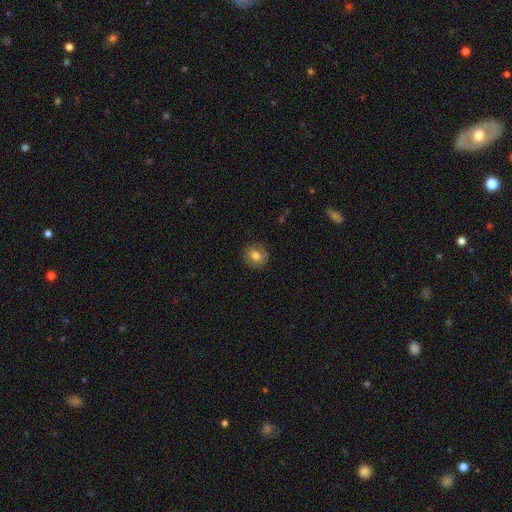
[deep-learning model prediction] This appears to be a smooth galaxy with no disk features (73%) that is round (80%). Merging: none (86%).